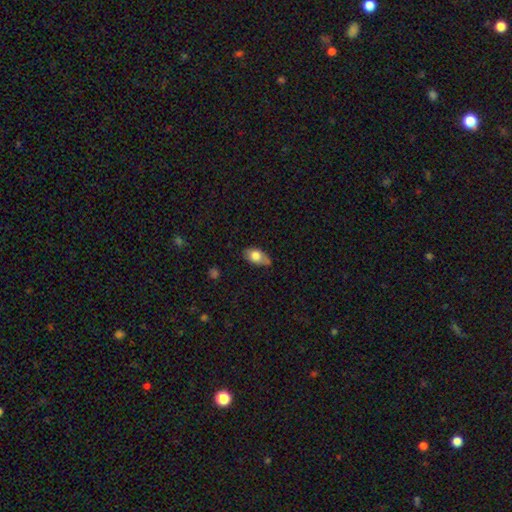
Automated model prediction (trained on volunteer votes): Smooth or featured: smooth — 76% (featured or disk — 16%)
How rounded: in between — 87% (round — 10%)
Merging: none — 62% (minor disturbance — 30%)